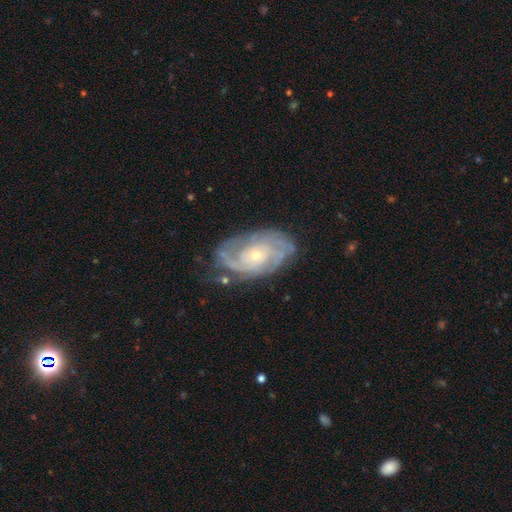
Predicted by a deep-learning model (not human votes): smooth_or_featured: featured or disk (p=0.86) [alt: smooth p=0.08]
disk_edge_on: no (p=0.96) [alt: yes p=0.04]
bar: no (p=0.74) [alt: weak p=0.21]
has_spiral_arms: yes (p=0.95) [alt: no p=0.05]
spiral_winding: tight (p=0.64) [alt: medium p=0.29]
spiral_arm_count: 2 (p=0.33) [alt: can't tell p=0.30]
bulge_size: small (p=0.69) [alt: moderate p=0.28]
merging: none (p=0.70) [alt: minor disturbance p=0.20]